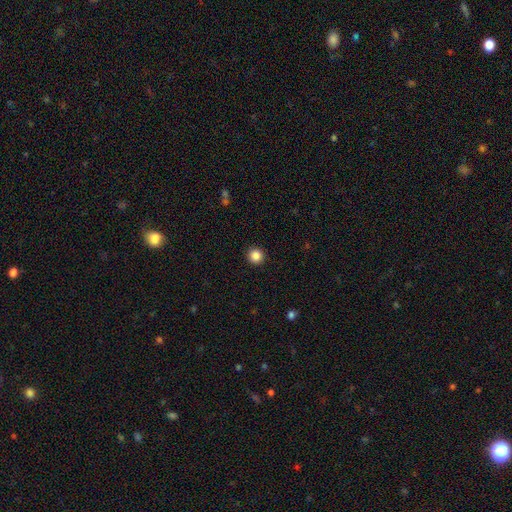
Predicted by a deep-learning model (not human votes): The model was most divided on "smooth or featured": smooth: 86%, star or artifact: 10%, featured or disk: 4%. More confident: how rounded — round (95%); merging — none (93%).